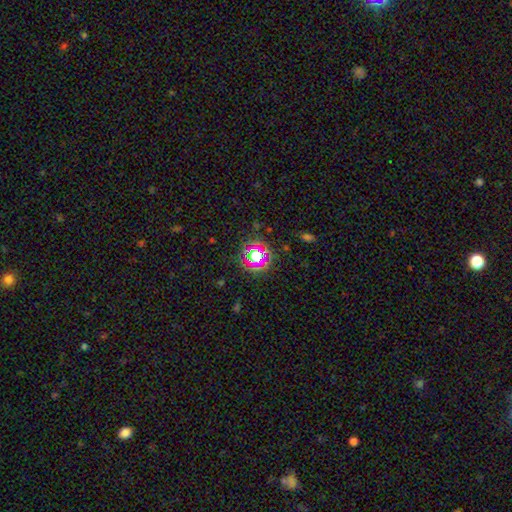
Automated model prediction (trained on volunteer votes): Morphology: type=star or artifact (59%).